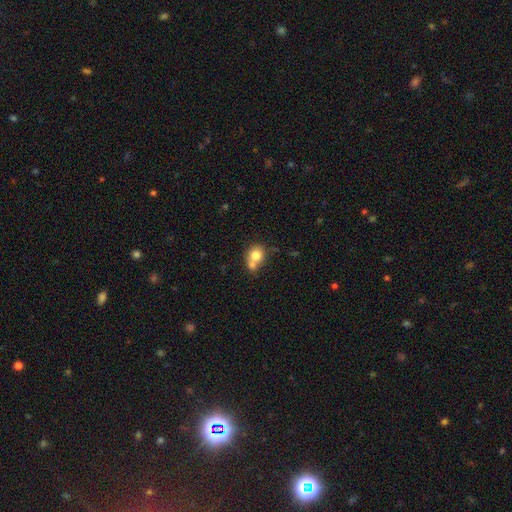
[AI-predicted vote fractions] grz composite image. It shows a smooth galaxy with no disk features (75%) that is round (73%). Merging: merger (50%).